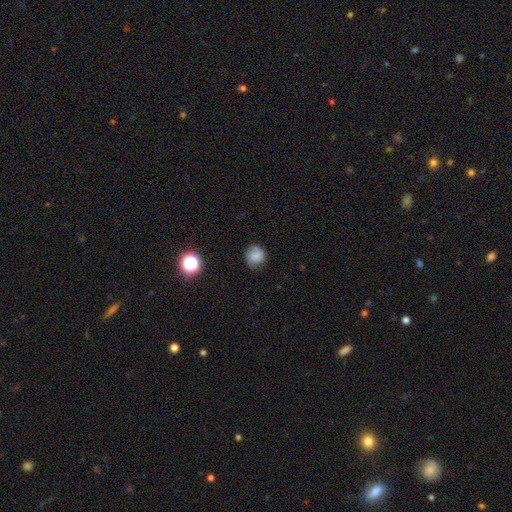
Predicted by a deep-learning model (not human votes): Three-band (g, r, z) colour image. It shows a smooth galaxy with no disk features (73%) that is round (85%). Merging: none (74%).